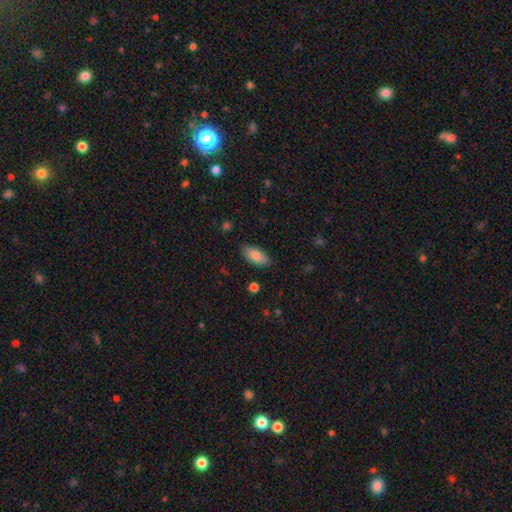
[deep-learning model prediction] Overall: smooth (85%). How rounded: in between (90%). Merging: none (85%).